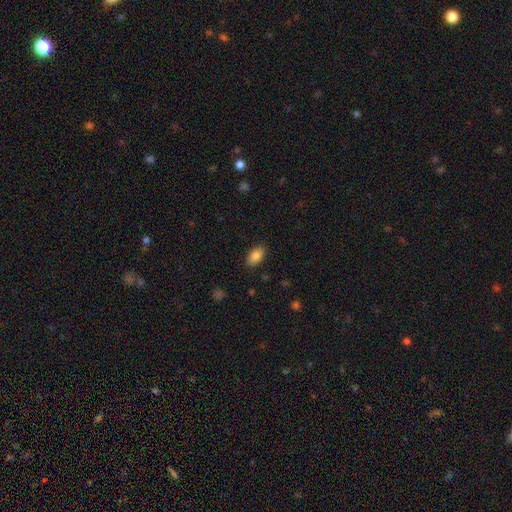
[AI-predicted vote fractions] Smooth or featured? Predicted: smooth (p=0.84). How rounded? Predicted: in between (p=0.92). Merging? Predicted: none (p=0.87).